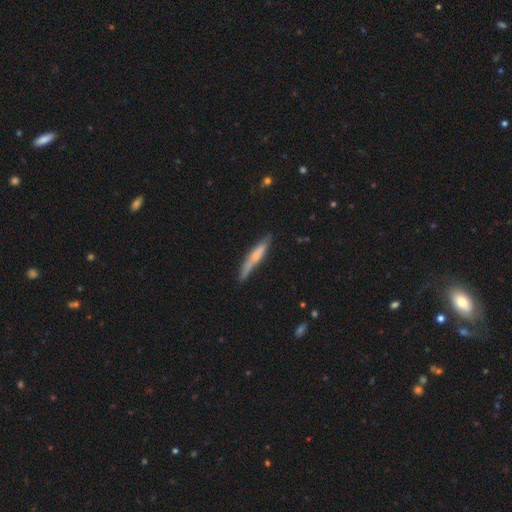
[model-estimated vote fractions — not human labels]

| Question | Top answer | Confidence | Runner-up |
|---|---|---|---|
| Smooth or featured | smooth | 57% | featured or disk (37%) |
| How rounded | cigar-shaped | 92% | in between (6%) |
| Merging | none | 70% | minor disturbance (22%) |